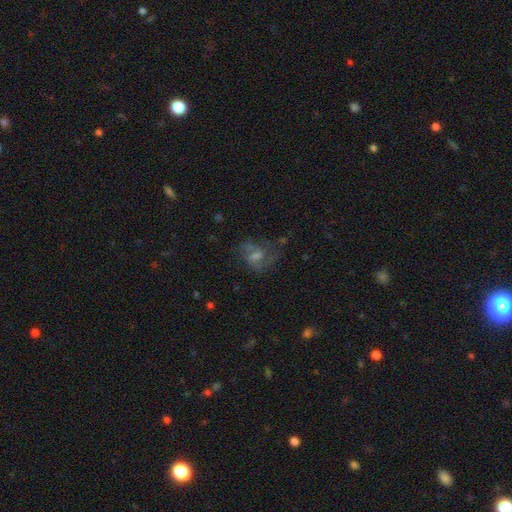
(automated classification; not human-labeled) A featured or disk galaxy (51%).

Vote fractions:
- Smooth or featured? featured or disk: 51% / smooth: 27% / star or artifact: 22%
- Edge-on disk? no: 96% / yes: 4%
- Merging? none: 51% / major disturbance: 25% / minor disturbance: 20% / merger: 4%